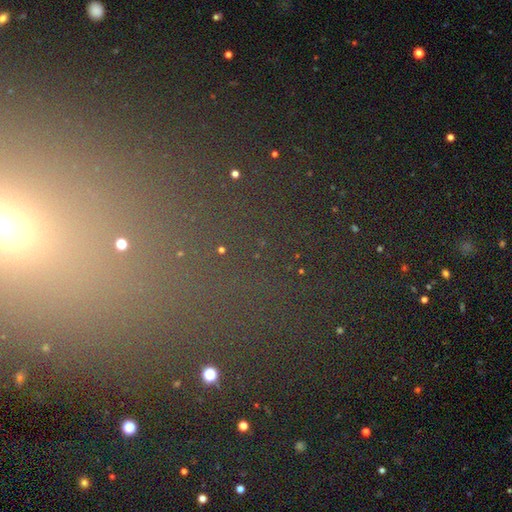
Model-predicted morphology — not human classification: Overall: star or artifact (75%).